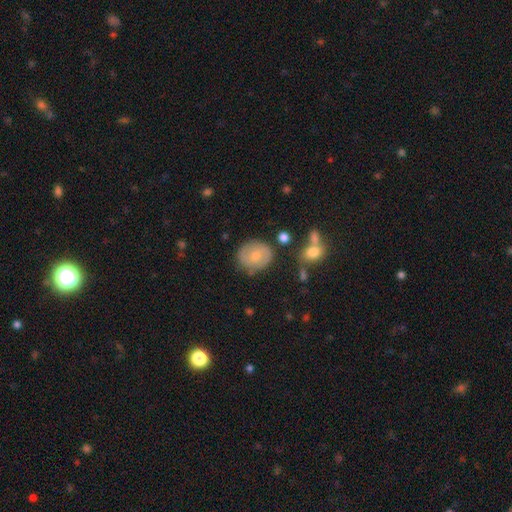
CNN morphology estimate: Smooth or featured?
  - smooth: 58% *
  - featured or disk: 35%
  - star or artifact: 7%
How rounded?
  - round: 70% *
  - in between: 29%
  - cigar-shaped: 1%
Merging?
  - none: 76% *
  - minor disturbance: 16%
  - major disturbance: 5%
  - merger: 3%